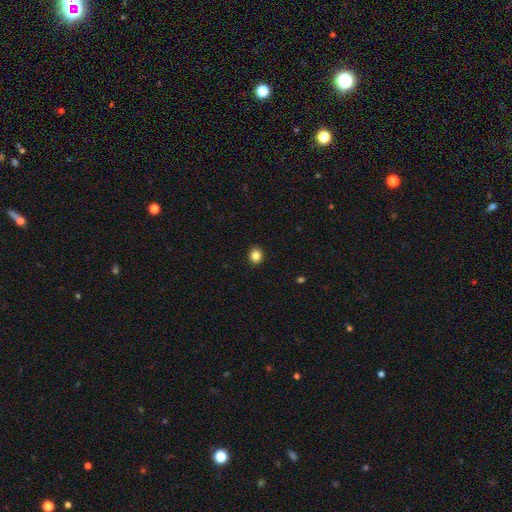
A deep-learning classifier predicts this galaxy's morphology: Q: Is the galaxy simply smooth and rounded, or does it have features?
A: smooth — 85%.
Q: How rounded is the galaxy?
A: round — 78%.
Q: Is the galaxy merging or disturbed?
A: none — 92%.